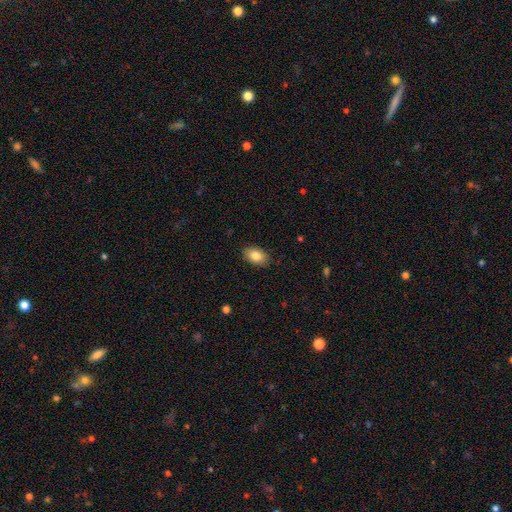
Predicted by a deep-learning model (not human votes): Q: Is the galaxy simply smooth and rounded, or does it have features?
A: smooth — 84%.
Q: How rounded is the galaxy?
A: in between — 90%.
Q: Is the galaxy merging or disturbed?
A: none — 88%.